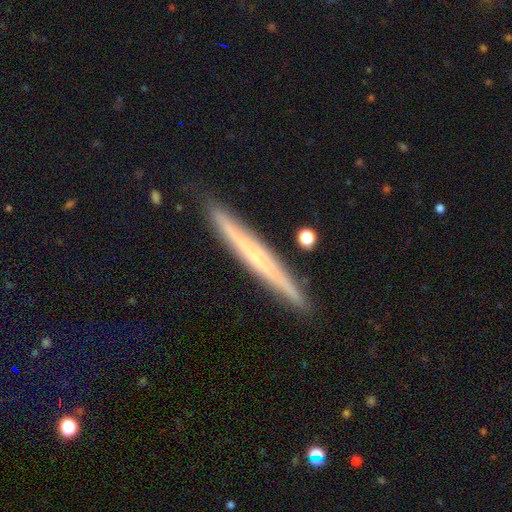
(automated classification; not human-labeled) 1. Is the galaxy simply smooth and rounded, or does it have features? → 57% featured or disk, 36% smooth, 7% star or artifact.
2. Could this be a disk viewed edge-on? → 96% yes, 4% no.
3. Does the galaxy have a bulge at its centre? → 70% none, 26% rounded, 4% boxy.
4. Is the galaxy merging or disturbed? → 88% none, 9% minor disturbance, 2% merger, 1% major disturbance.